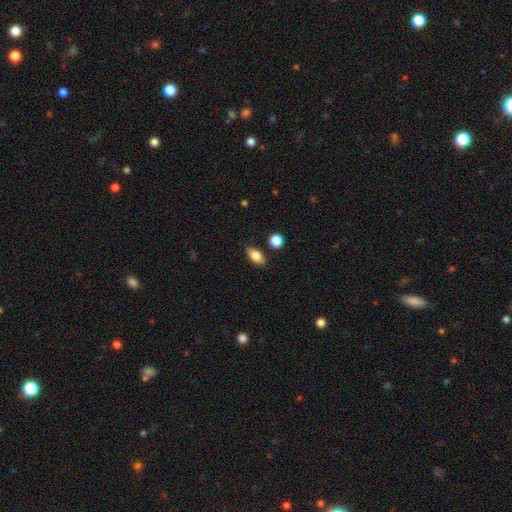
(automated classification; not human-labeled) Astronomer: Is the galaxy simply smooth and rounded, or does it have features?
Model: smooth — 82%.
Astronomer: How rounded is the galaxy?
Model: in between — 87%.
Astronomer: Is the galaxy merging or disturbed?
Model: none — 85%.